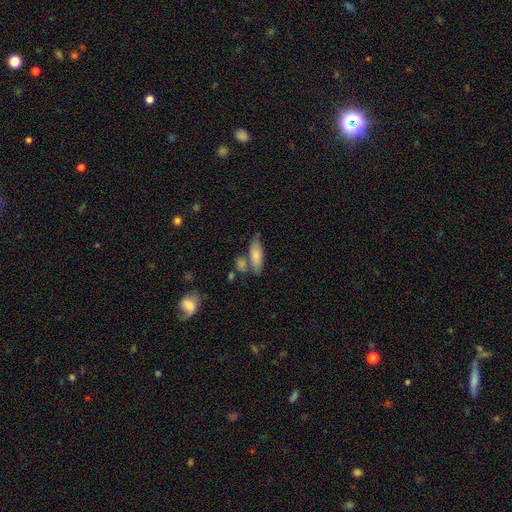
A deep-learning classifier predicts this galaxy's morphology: Q: Smooth or featured?
A: smooth (76%); runner-up: featured or disk (18%)
Q: How rounded?
A: in between (65%); runner-up: cigar-shaped (32%)
Q: Merging?
A: none (53%); runner-up: merger (23%)